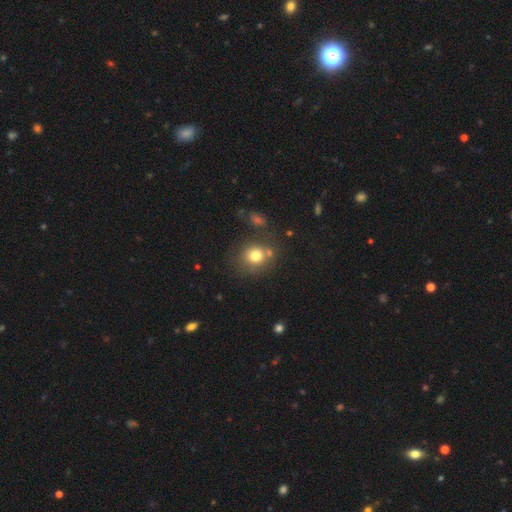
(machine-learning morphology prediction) smooth_or_featured: smooth (p=0.77) [alt: star or artifact p=0.12]
how_rounded: round (p=0.75) [alt: in between p=0.24]
merging: none (p=0.67) [alt: minor disturbance p=0.14]